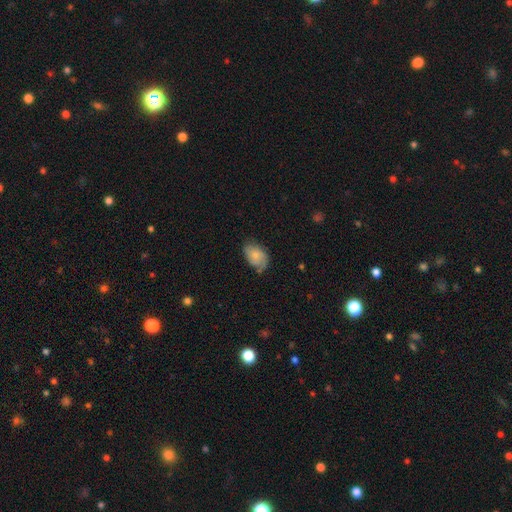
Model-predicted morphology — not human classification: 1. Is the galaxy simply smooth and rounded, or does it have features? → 66% smooth, 26% featured or disk, 7% star or artifact.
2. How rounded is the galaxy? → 88% in between, 10% round, 1% cigar-shaped.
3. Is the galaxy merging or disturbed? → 57% none, 32% minor disturbance, 9% major disturbance, 2% merger.